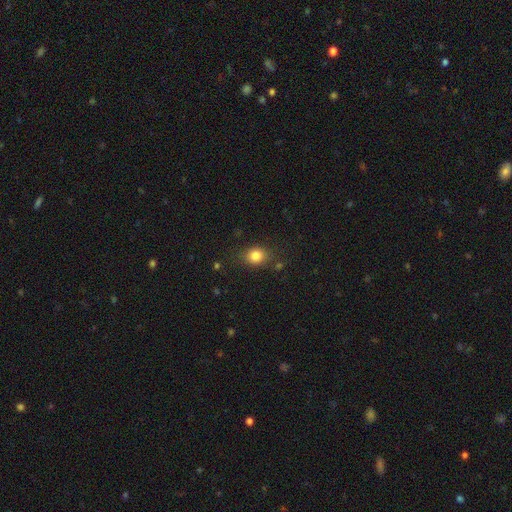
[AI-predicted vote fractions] Smooth or featured? smooth (83%)
How rounded? round (60%)
Merging? none (79%)